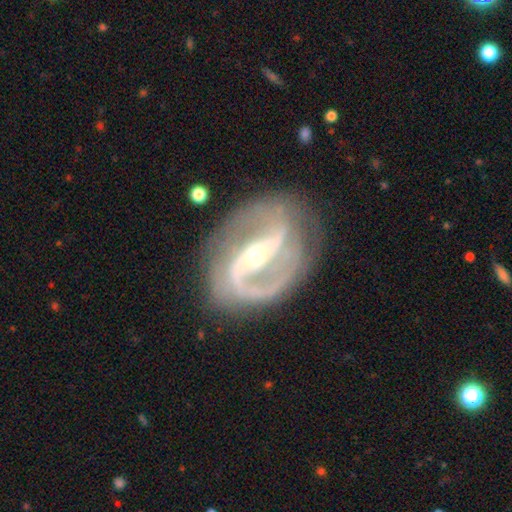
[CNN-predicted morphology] The model was most divided on "bulge size": small: 56%, moderate: 40%, large: 2%, none: 1%, dominant: 1%. More confident: edge-on disk — no (97%); spiral arms — yes (96%); smooth or featured — featured or disk (90%); spiral arm count — 2 (87%); merging — none (75%); bar — strong (54%); spiral winding — medium (52%).